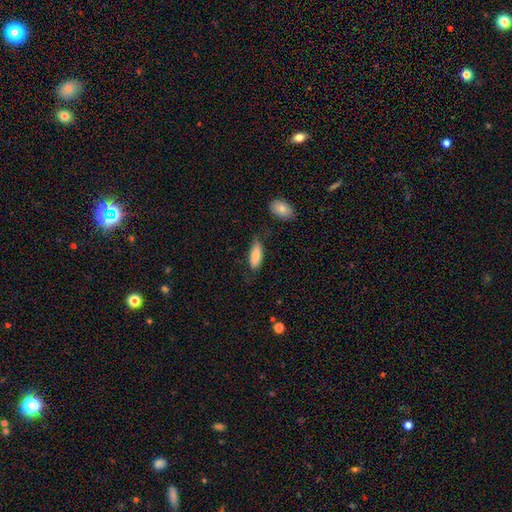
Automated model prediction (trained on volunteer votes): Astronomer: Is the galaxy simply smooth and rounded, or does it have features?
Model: smooth — 84%.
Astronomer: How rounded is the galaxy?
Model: in between — 75%.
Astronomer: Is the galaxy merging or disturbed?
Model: none — 64%.